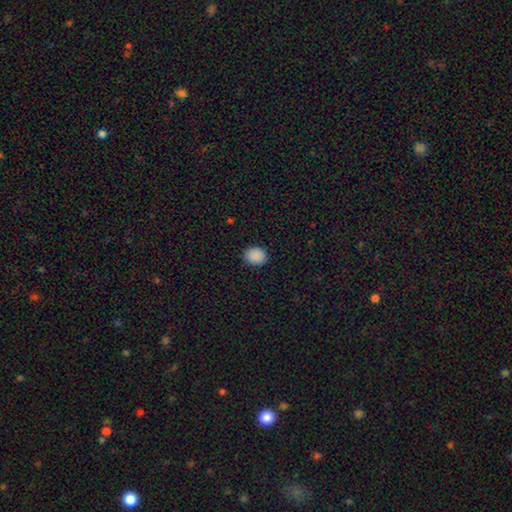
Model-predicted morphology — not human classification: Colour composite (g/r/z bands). It shows a smooth galaxy with no disk features (89%) that is round (56%). Merging: none (88%).